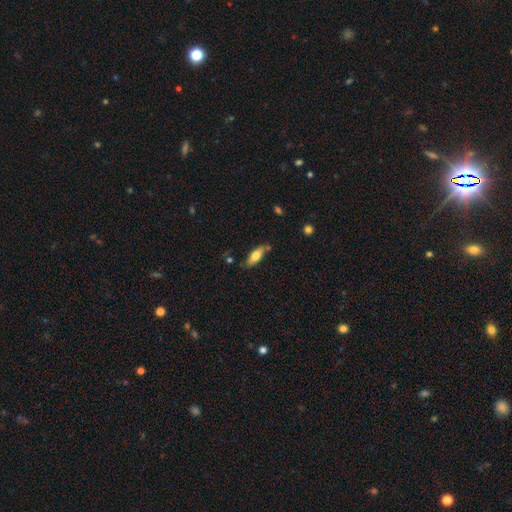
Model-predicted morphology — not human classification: This appears to be a smooth galaxy with no disk features (68%) that is in between round and cigar-shaped (61%). Merging: none (72%).